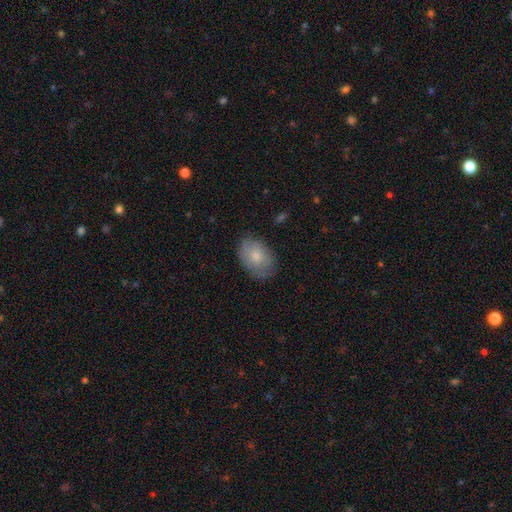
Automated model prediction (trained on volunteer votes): A smooth galaxy with no disk features (75%) that is in between round and cigar-shaped (82%). Merging: none (74%).